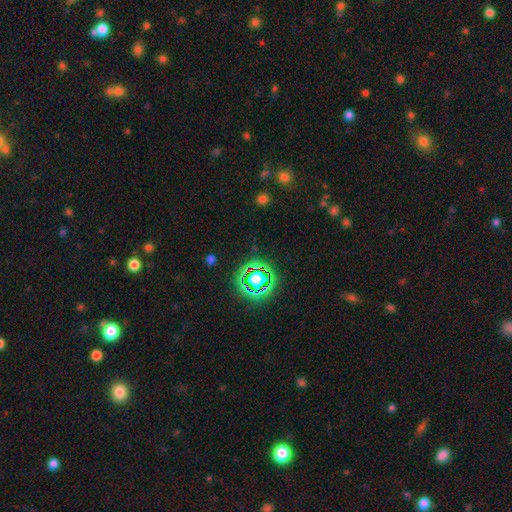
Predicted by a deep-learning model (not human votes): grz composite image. It shows a star or artifact, not a galaxy (71%).